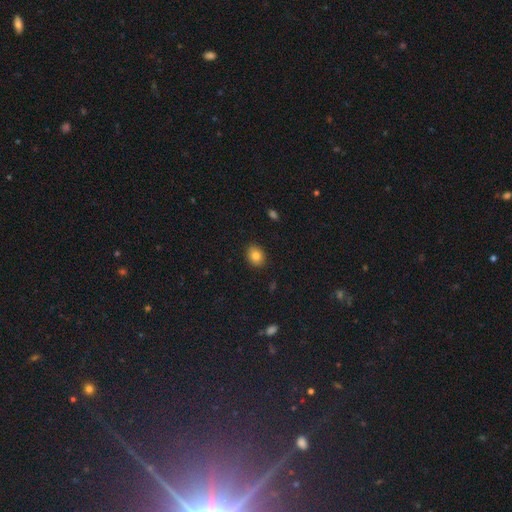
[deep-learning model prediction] smooth-or-featured: smooth: 83% | star or artifact: 10% | featured or disk: 8%
  how-rounded: round: 50% | in between: 49% | cigar-shaped: 1%
  merging: none: 90% | minor disturbance: 7% | major disturbance: 2% | merger: 1%